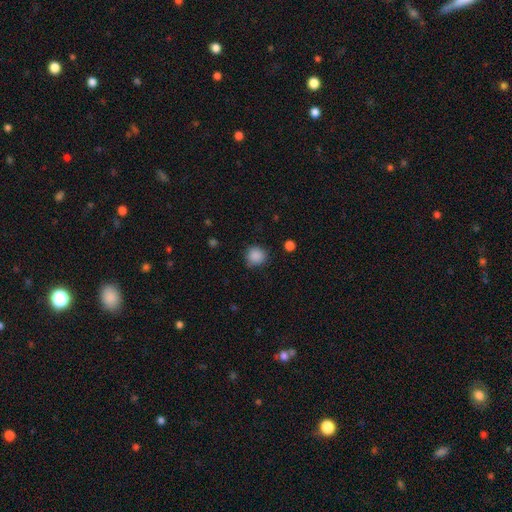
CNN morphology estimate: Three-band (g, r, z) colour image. It shows a smooth galaxy with no disk features (87%) that is round (88%). Merging: none (82%).